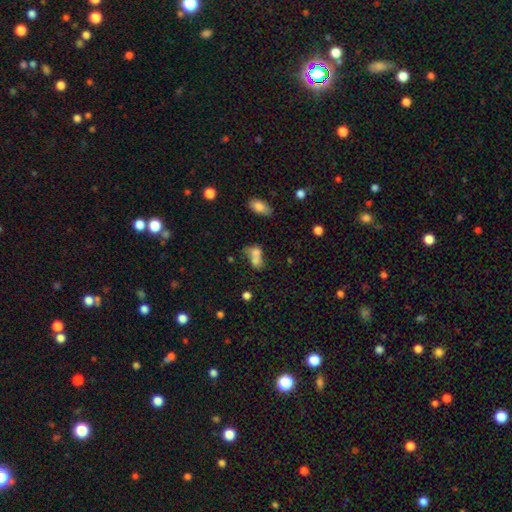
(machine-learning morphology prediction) Smooth or featured? Predicted: smooth (p=0.70). How rounded? Predicted: in between (p=0.72). Merging? Predicted: merger (p=0.62).